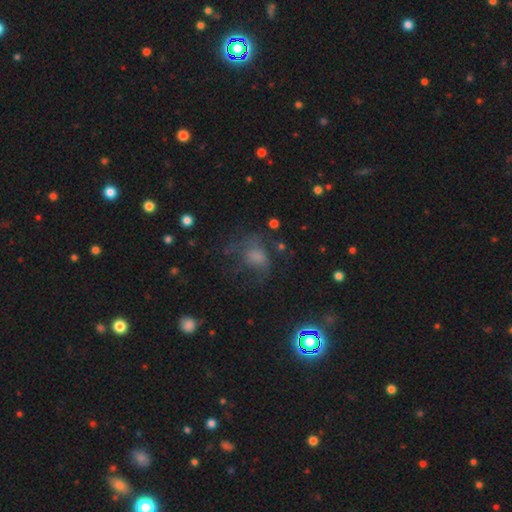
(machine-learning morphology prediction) Smooth or featured?
  - smooth: 47% *
  - featured or disk: 32%
  - star or artifact: 21%
Merging?
  - none: 41% *
  - major disturbance: 35%
  - minor disturbance: 21%
  - merger: 3%